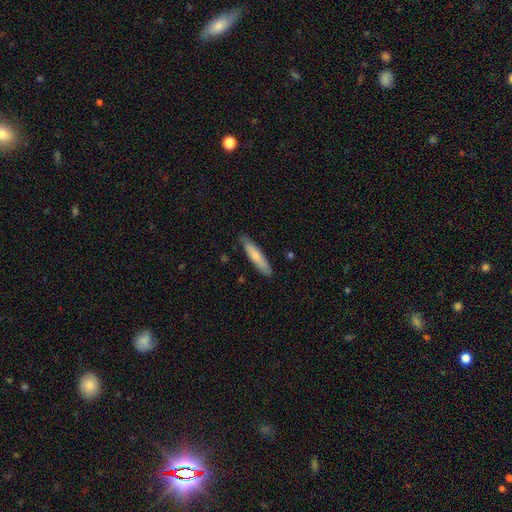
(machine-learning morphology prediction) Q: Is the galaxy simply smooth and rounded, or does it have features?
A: smooth — 70%.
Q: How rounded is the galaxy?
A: cigar-shaped — 86%.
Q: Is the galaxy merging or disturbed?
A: none — 83%.